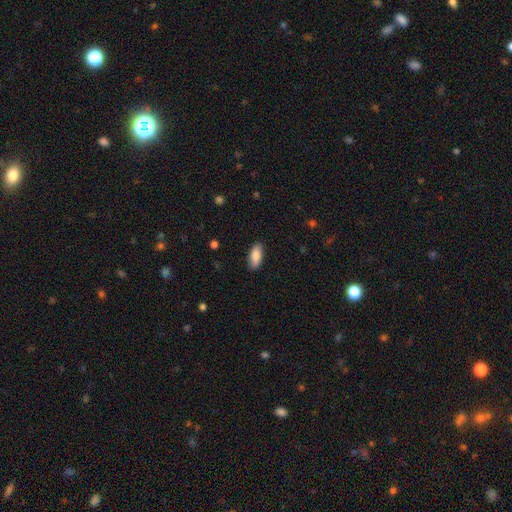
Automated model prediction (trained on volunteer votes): Q: Smooth or featured?
A: smooth (84%); runner-up: featured or disk (10%)
Q: How rounded?
A: in between (83%); runner-up: cigar-shaped (15%)
Q: Merging?
A: none (86%); runner-up: minor disturbance (10%)